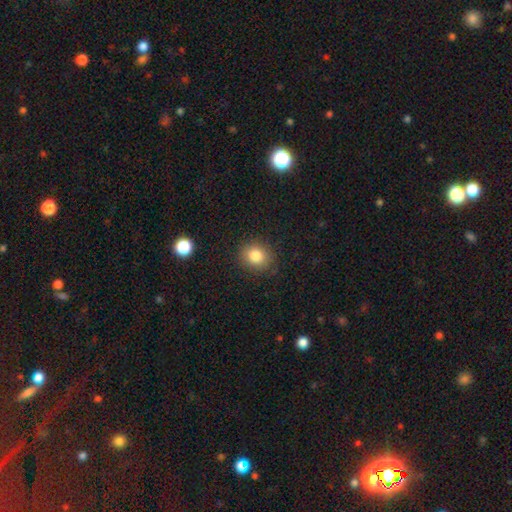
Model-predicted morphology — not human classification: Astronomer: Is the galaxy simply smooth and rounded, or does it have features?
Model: smooth — 83%.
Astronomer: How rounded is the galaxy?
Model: round — 77%.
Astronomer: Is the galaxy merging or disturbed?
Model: none — 87%.